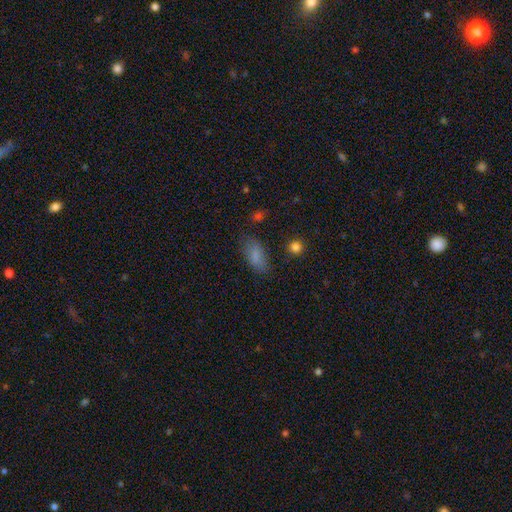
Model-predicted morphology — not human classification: This is clearly a smooth galaxy (82%). How rounded: clearly in between (89%). Merging: likely none (75%).